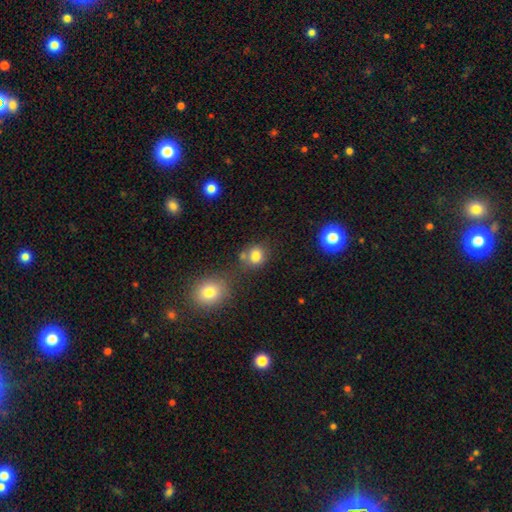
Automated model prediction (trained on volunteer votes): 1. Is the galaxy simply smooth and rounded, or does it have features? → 80% smooth, 13% star or artifact, 7% featured or disk.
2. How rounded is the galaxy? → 73% round, 26% in between, 1% cigar-shaped.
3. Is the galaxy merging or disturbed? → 61% none, 20% merger, 13% minor disturbance, 5% major disturbance.